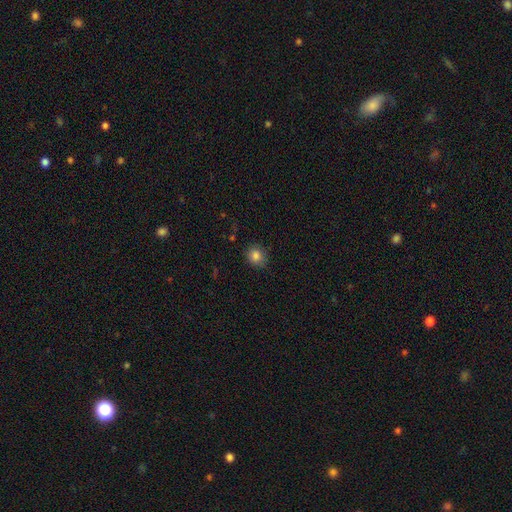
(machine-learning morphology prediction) A smooth galaxy with no disk features (84%) that is round (78%).

Vote fractions:
- Smooth or featured? smooth: 84% / star or artifact: 11% / featured or disk: 6%
- How rounded? round: 78% / in between: 21% / cigar-shaped: 1%
- Merging? none: 85% / minor disturbance: 12% / major disturbance: 3% / merger: 1%